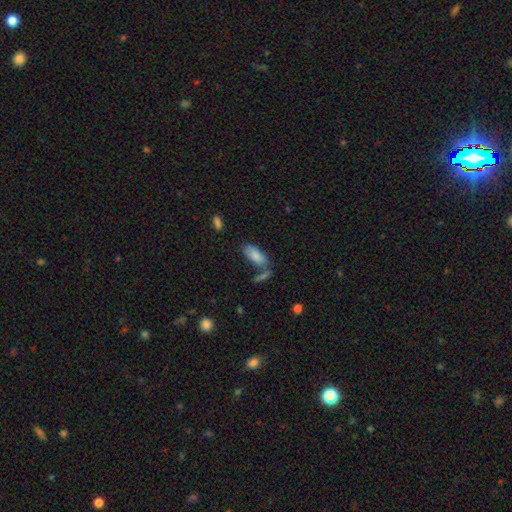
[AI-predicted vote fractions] Smooth or featured? Predicted: smooth (p=0.82). How rounded? Predicted: in between (p=0.86). Merging? Predicted: none (p=0.55).